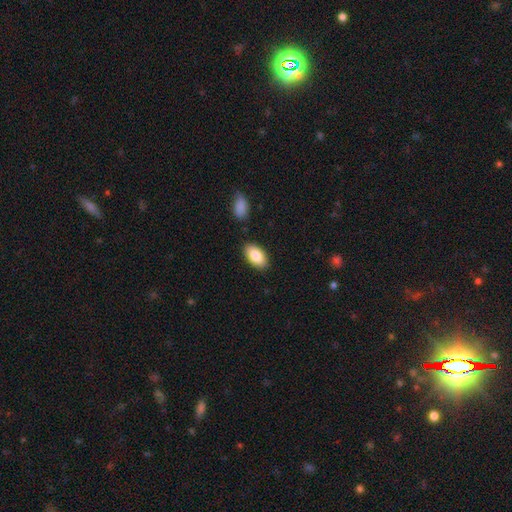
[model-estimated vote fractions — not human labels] The model was most divided on "merging": none: 85%, minor disturbance: 10%, merger: 3%, major disturbance: 2%. More confident: how rounded — in between (94%); smooth or featured — smooth (85%).